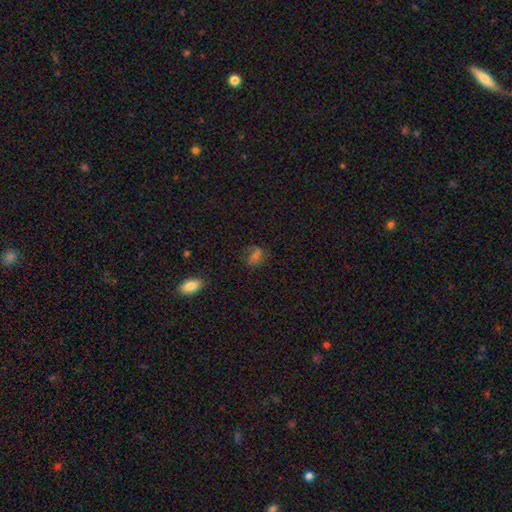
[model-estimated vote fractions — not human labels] Smooth or featured?
  - smooth: 51% *
  - star or artifact: 25%
  - featured or disk: 24%
How rounded?
  - in between: 64% *
  - round: 33%
  - cigar-shaped: 3%
Merging?
  - none: 64% *
  - minor disturbance: 21%
  - major disturbance: 12%
  - merger: 3%